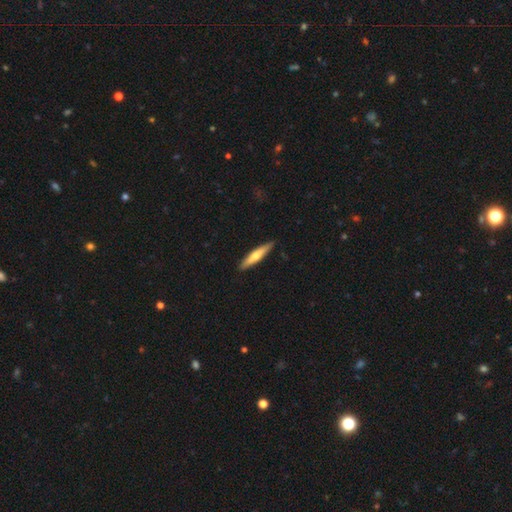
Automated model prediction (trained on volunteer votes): A smooth galaxy with no disk features (55%) that is cigar-shaped (87%).

Vote fractions:
- Smooth or featured? smooth: 55% / featured or disk: 40% / star or artifact: 5%
- How rounded? cigar-shaped: 87% / in between: 11% / round: 1%
- Merging? none: 89% / minor disturbance: 9% / major disturbance: 2% / merger: 1%